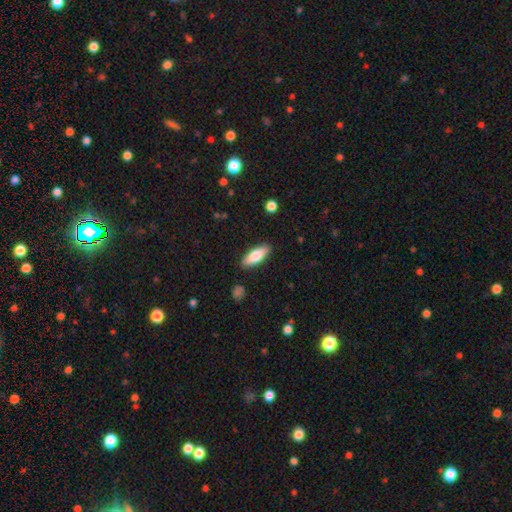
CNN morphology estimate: type=smooth (78%); roundness=in between (67%); merging=none (88%).